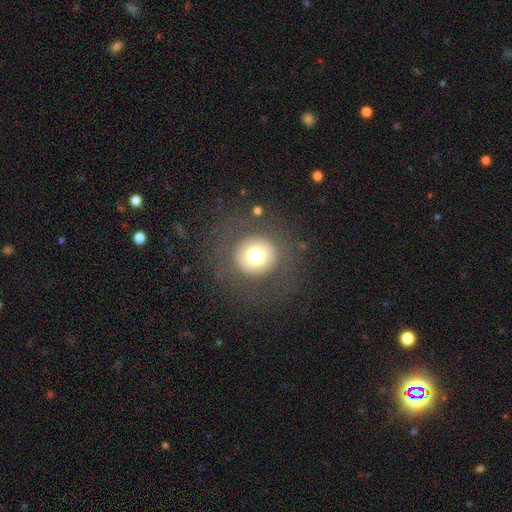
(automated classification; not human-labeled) Smooth or featured? smooth (69%)
How rounded? round (94%)
Merging? none (83%)